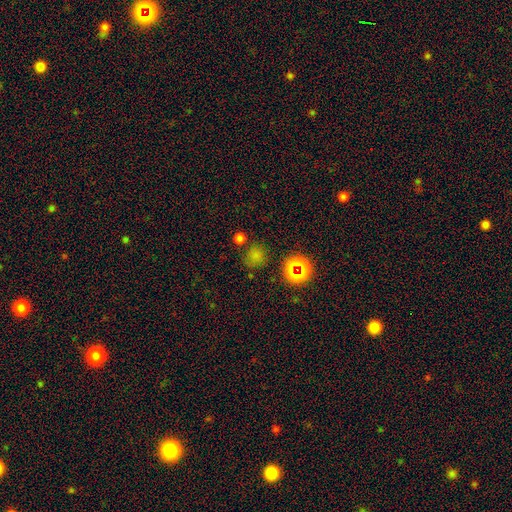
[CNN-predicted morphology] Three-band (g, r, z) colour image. It shows a smooth galaxy with no disk features (65%) that is round (86%). Merging: none (72%).